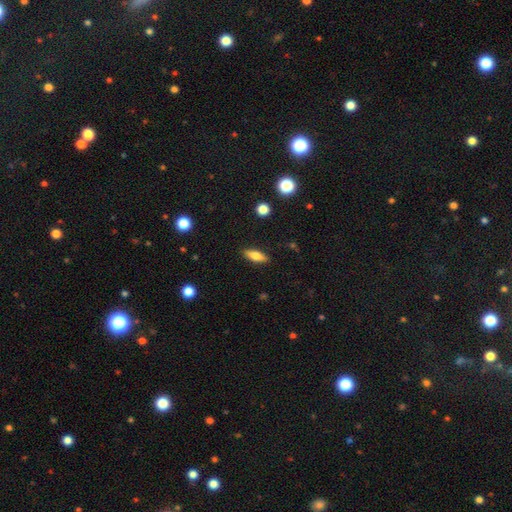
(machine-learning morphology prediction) This is likely a smooth galaxy (69%). How rounded: likely in between (60%). Merging: clearly none (89%).